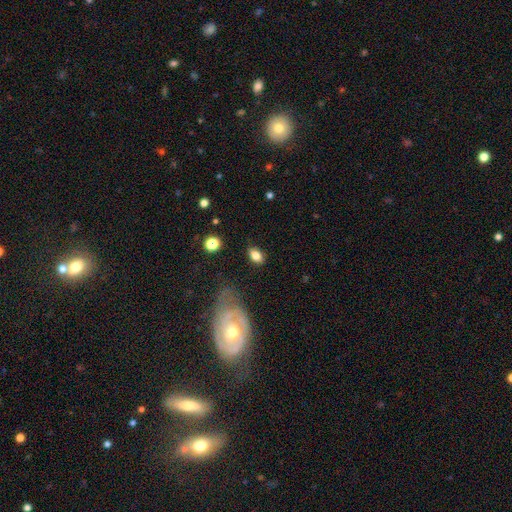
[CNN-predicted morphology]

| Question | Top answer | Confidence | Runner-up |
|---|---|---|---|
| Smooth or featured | smooth | 78% | featured or disk (12%) |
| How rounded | in between | 87% | round (11%) |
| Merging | none | 83% | minor disturbance (11%) |